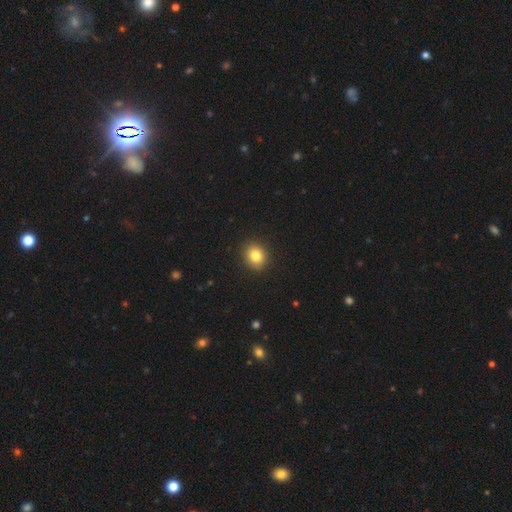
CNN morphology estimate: A smooth galaxy with no disk features (83%) that is round (69%).

Vote fractions:
- Smooth or featured? smooth: 83% / star or artifact: 10% / featured or disk: 7%
- How rounded? round: 69% / in between: 30% / cigar-shaped: 1%
- Merging? none: 91% / minor disturbance: 6% / major disturbance: 2% / merger: 1%